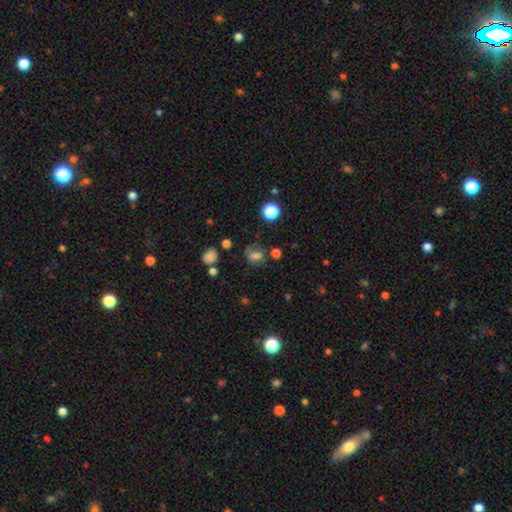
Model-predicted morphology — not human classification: A smooth galaxy with no disk features (66%) that is in between round and cigar-shaped (52%). Merging: none (57%).